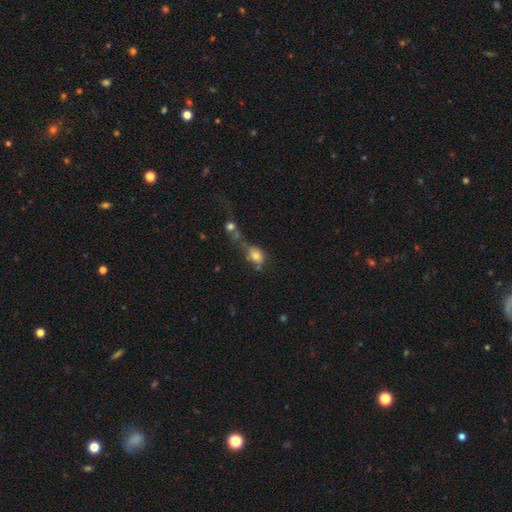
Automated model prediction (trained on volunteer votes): Smooth or featured: smooth — 74% (featured or disk — 14%)
How rounded: in between — 57% (round — 40%)
Merging: merger — 41% (none — 30%)